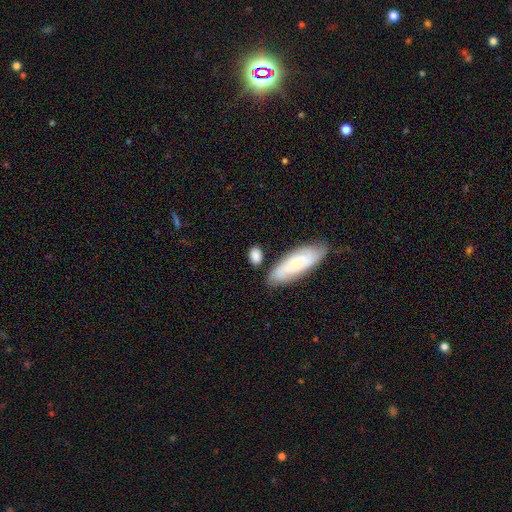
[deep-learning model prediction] This appears to be a smooth galaxy with no disk features (79%) that is in between round and cigar-shaped (77%). Merging: none (66%).